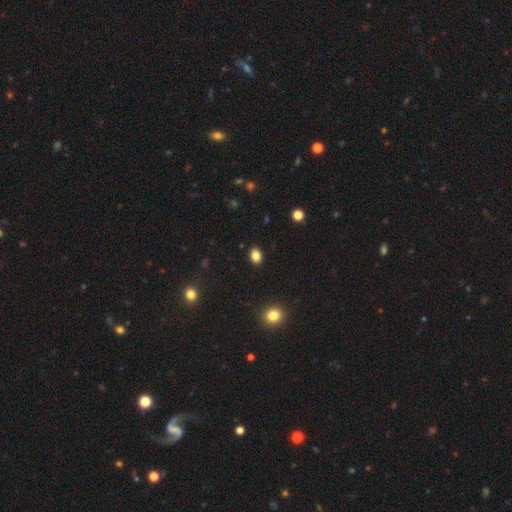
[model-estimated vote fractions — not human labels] A smooth galaxy with no disk features (84%) that is in between round and cigar-shaped (57%). Merging: none (90%).